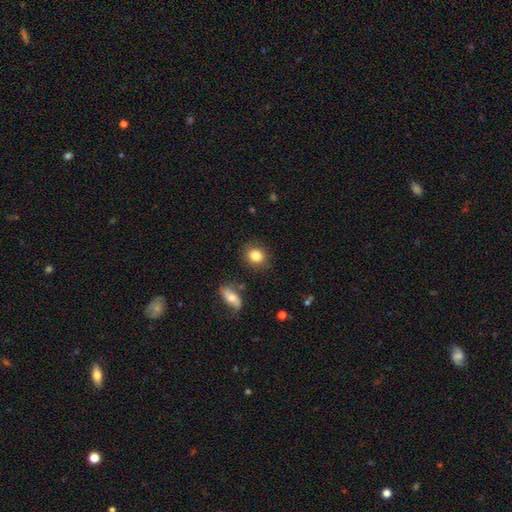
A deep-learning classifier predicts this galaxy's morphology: type=smooth (84%); roundness=round (71%); merging=none (85%).